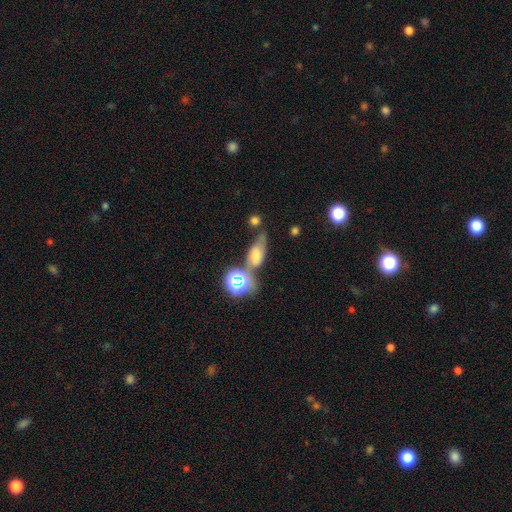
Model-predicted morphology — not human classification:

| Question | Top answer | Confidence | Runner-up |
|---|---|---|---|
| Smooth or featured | smooth | 53% | featured or disk (26%) |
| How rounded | in between | 67% | cigar-shaped (18%) |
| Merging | none | 48% | minor disturbance (23%) |